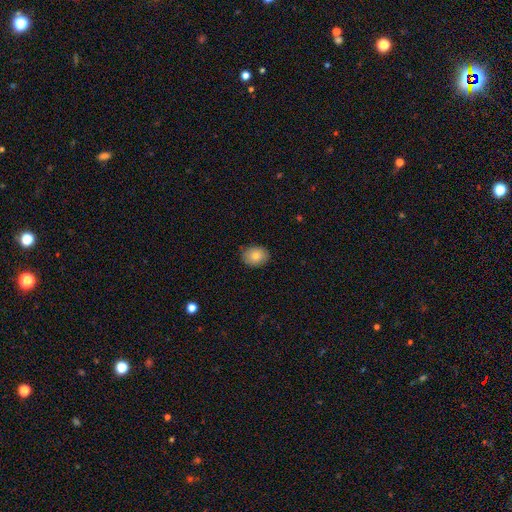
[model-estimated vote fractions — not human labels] smooth_or_featured: smooth (p=0.80) [alt: featured or disk p=0.11]
how_rounded: in between (p=0.56) [alt: round p=0.43]
merging: none (p=0.84) [alt: minor disturbance p=0.13]